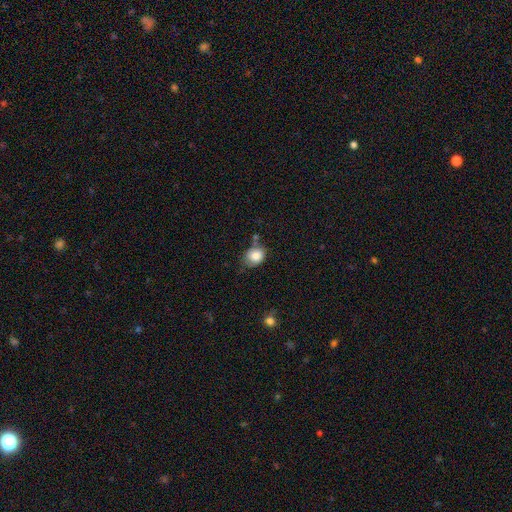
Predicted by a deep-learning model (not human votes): smooth-or-featured: smooth: 83% | star or artifact: 9% | featured or disk: 8%
  how-rounded: round: 53% | in between: 46% | cigar-shaped: 1%
  merging: none: 58% | minor disturbance: 27% | merger: 9% | major disturbance: 6%